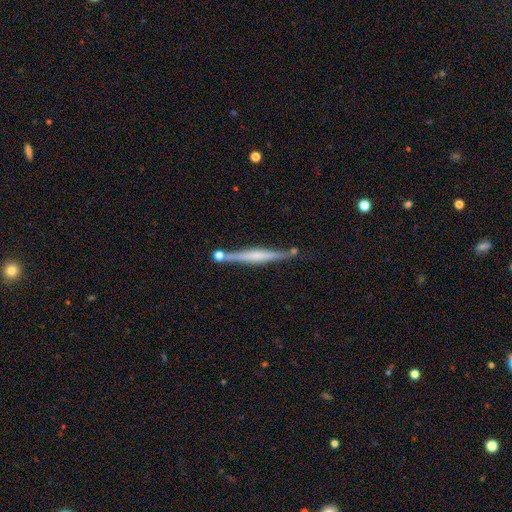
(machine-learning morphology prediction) smooth_or_featured: featured or disk (p=0.67) [alt: smooth p=0.27]
disk_edge_on: yes (p=0.98) [alt: no p=0.02]
edge_on_bulge: rounded (p=0.42) [alt: none p=0.34]
merging: none (p=0.79) [alt: minor disturbance p=0.11]